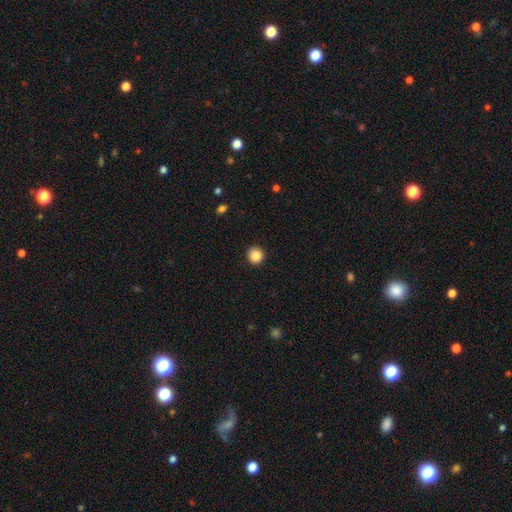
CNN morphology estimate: Smooth or featured? Predicted: smooth (p=0.87). How rounded? Predicted: round (p=0.92). Merging? Predicted: none (p=0.92).